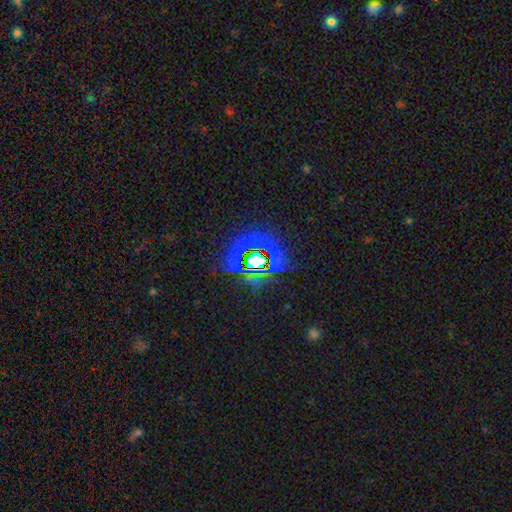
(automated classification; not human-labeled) Morphology: type=star or artifact (64%).